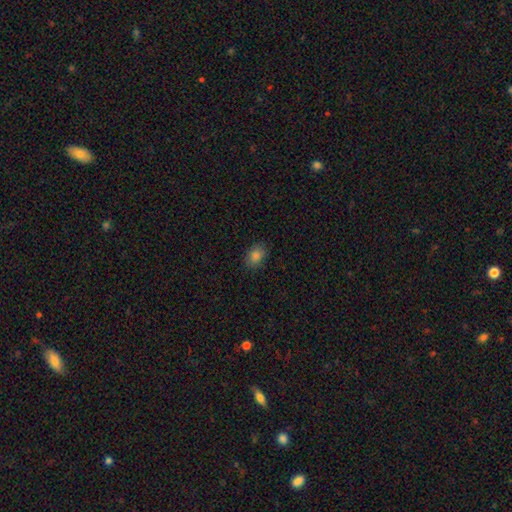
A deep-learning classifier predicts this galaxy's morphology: Smooth or featured: smooth — 83% (star or artifact — 11%)
How rounded: in between — 72% (round — 27%)
Merging: none — 86% (minor disturbance — 10%)